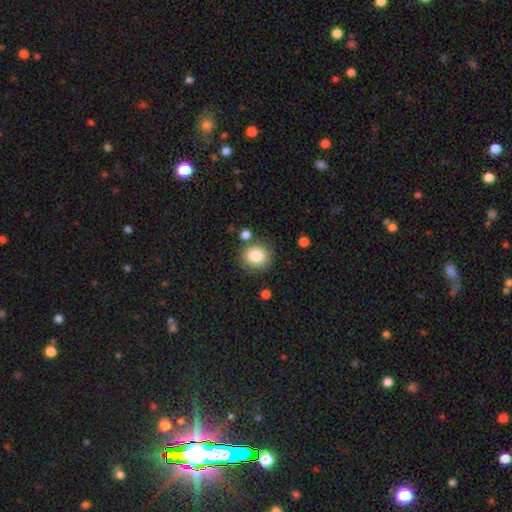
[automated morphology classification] A smooth galaxy with no disk features (84%) that is round (86%).

Vote fractions:
- Smooth or featured? smooth: 84% / star or artifact: 9% / featured or disk: 6%
- How rounded? round: 86% / in between: 13% / cigar-shaped: 1%
- Merging? none: 80% / minor disturbance: 10% / merger: 7% / major disturbance: 3%